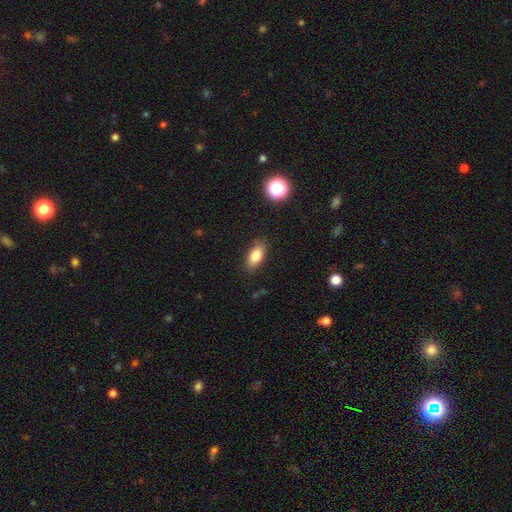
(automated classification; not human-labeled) Morphology: type=smooth (81%); roundness=in between (85%); merging=none (86%).